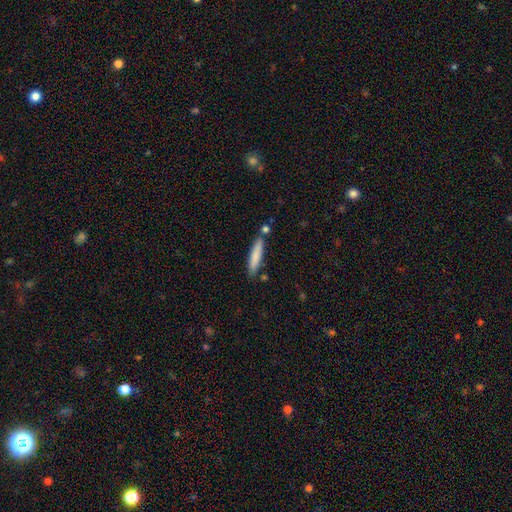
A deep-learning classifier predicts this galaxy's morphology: This is clearly a smooth galaxy (80%). How rounded: clearly cigar-shaped (87%). Merging: likely none (78%).